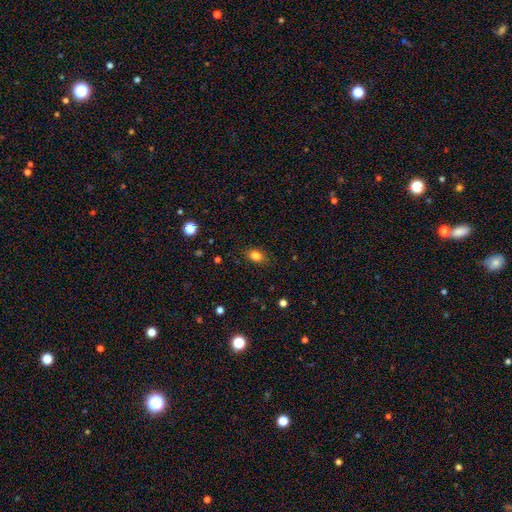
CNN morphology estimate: type=smooth (83%); roundness=in between (76%); merging=none (84%).